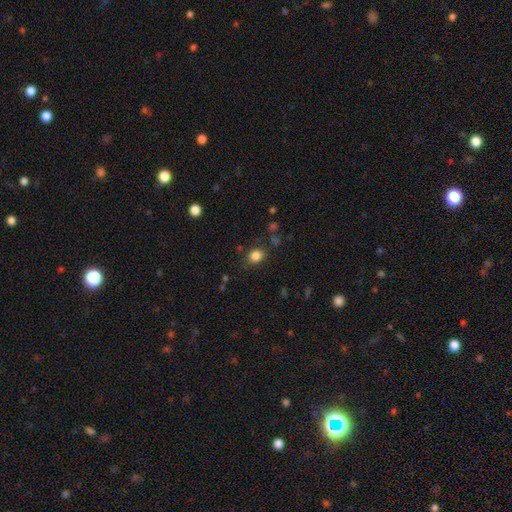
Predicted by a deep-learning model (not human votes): Q: Smooth or featured?
A: smooth (83%); runner-up: star or artifact (12%)
Q: How rounded?
A: round (63%); runner-up: in between (36%)
Q: Merging?
A: none (81%); runner-up: minor disturbance (12%)